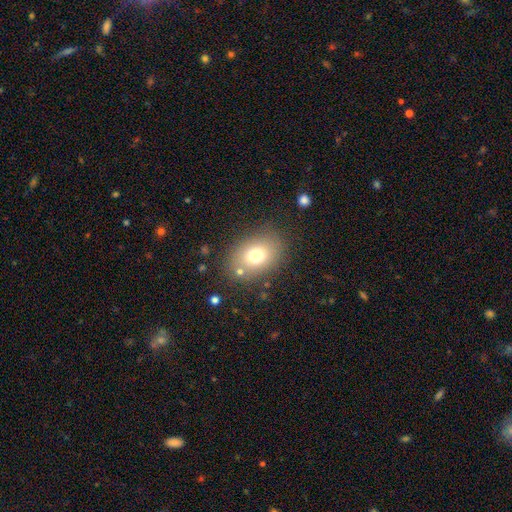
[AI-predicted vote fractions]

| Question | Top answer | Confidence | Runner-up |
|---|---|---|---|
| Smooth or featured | smooth | 74% | featured or disk (14%) |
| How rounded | in between | 72% | round (27%) |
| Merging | none | 79% | minor disturbance (12%) |